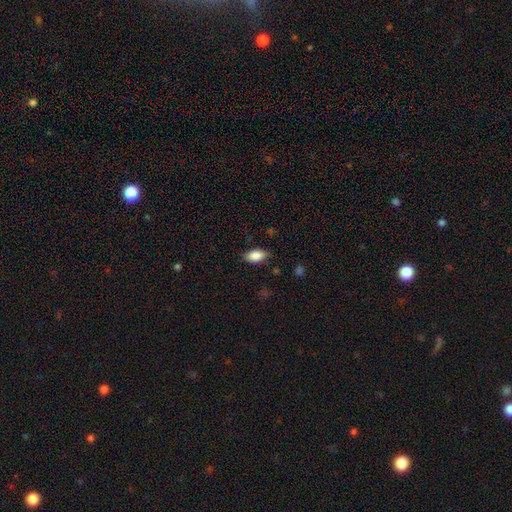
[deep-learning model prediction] Smooth or featured: smooth — 84% (featured or disk — 8%)
How rounded: in between — 90% (round — 5%)
Merging: none — 82% (minor disturbance — 14%)